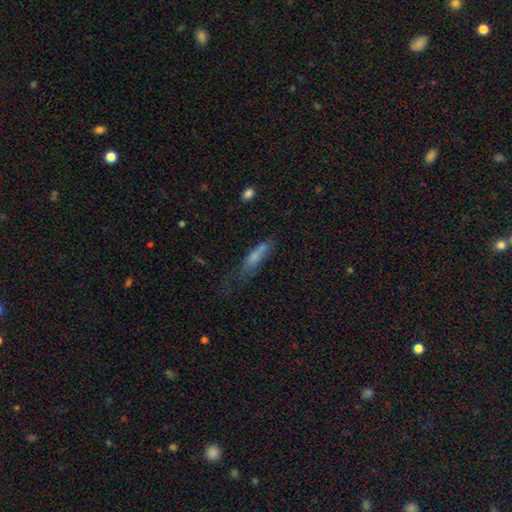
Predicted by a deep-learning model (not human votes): Overall: smooth (67%). How rounded: cigar-shaped (70%). Merging: none (40%; minor disturbance 30%).